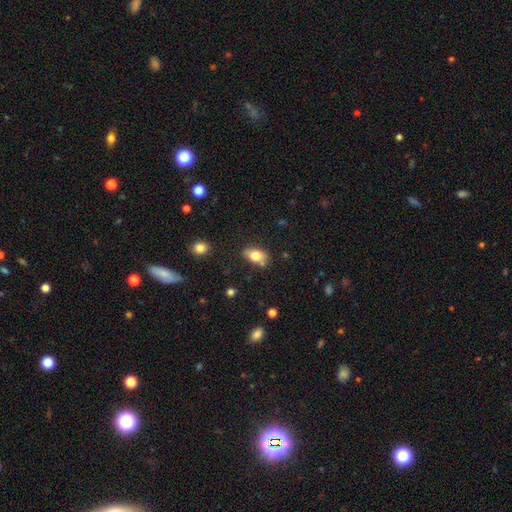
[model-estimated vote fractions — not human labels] This is likely a smooth galaxy (78%). How rounded: clearly in between (86%). Merging: likely none (71%).